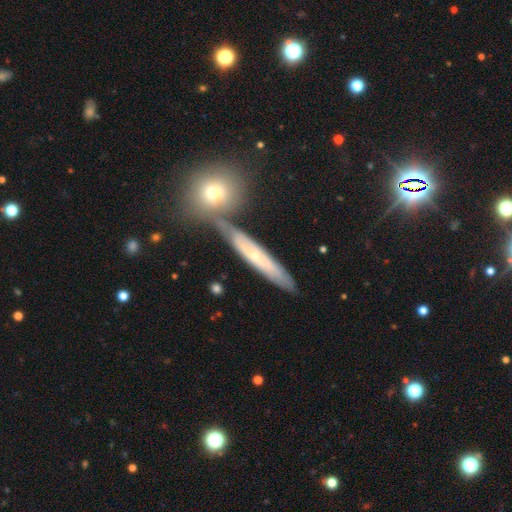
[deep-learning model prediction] This appears to be a featured or disk galaxy (58%) viewed edge-on (65%). Merging: none (75%).